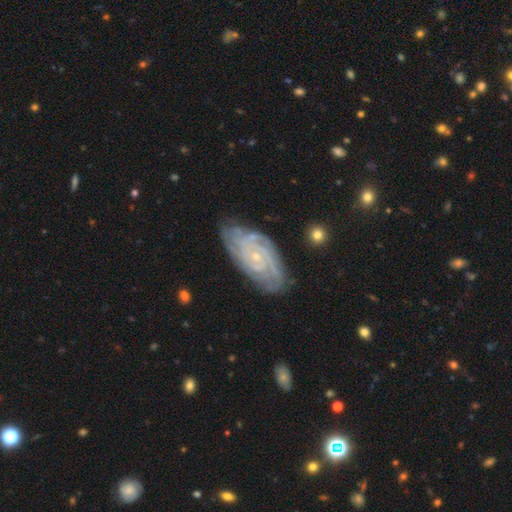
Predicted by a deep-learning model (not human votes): This is clearly a featured or disk galaxy (85%). It is clearly not viewed edge-on (95%). Bar: likely no (73%). Spiral arm pattern: clearly yes (97%). Spiral arm count: marginally can't tell (27%). Spiral winding: likely tight (75%). Central bulge: clearly small (82%). Merging: likely none (75%).